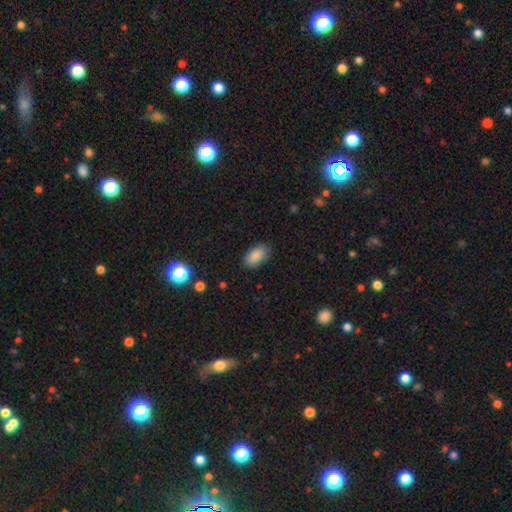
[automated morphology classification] Smooth or featured? smooth (86%)
How rounded? in between (93%)
Merging? none (84%)